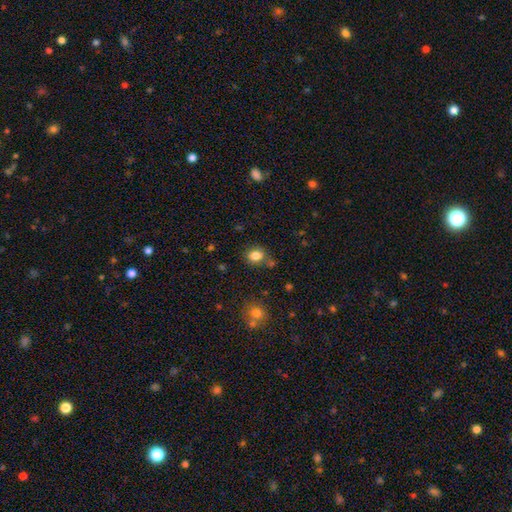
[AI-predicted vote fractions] Smooth or featured: smooth — 82% (star or artifact — 11%)
How rounded: round — 58% (in between — 41%)
Merging: none — 75% (minor disturbance — 14%)